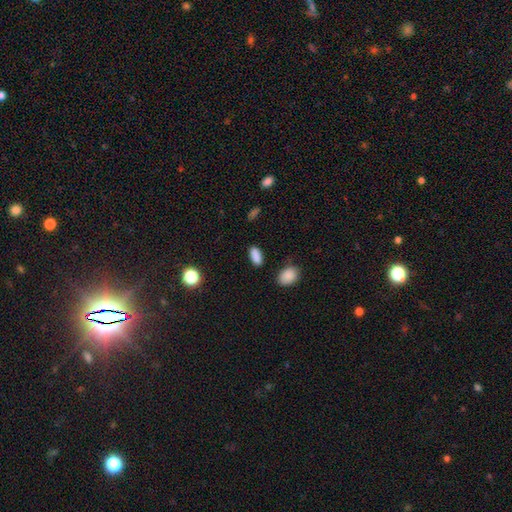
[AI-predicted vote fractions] Smooth or featured?
  - smooth: 87% *
  - star or artifact: 9%
  - featured or disk: 4%
How rounded?
  - in between: 88% *
  - cigar-shaped: 8%
  - round: 4%
Merging?
  - none: 86% *
  - minor disturbance: 9%
  - merger: 2%
  - major disturbance: 2%